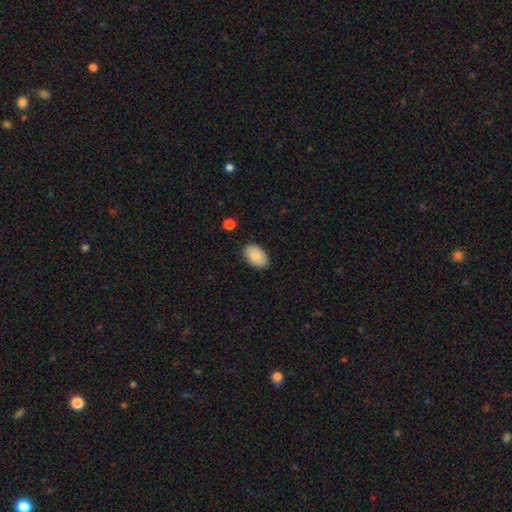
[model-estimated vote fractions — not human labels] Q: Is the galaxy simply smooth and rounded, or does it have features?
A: smooth — 88%.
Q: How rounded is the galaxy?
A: in between — 92%.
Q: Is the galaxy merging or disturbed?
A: none — 87%.